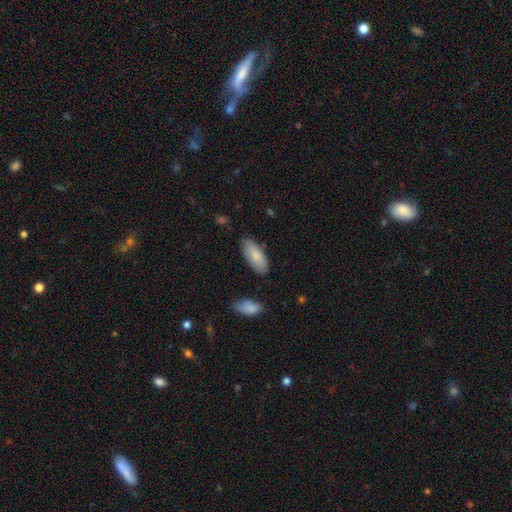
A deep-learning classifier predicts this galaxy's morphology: type=smooth (83%); roundness=in between (84%); merging=none (80%).